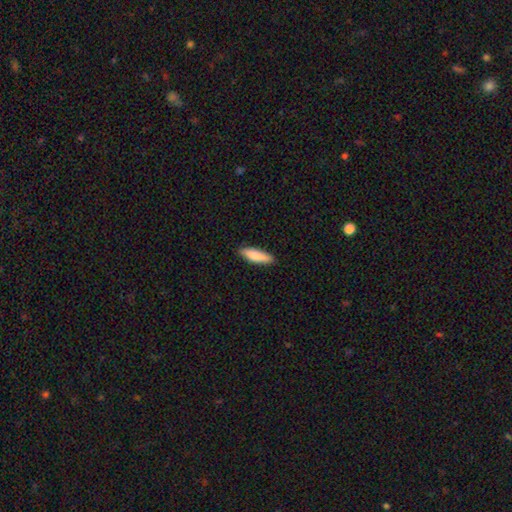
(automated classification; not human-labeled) Overall: smooth (85%). How rounded: cigar-shaped (61%; in between 37%). Merging: none (88%).